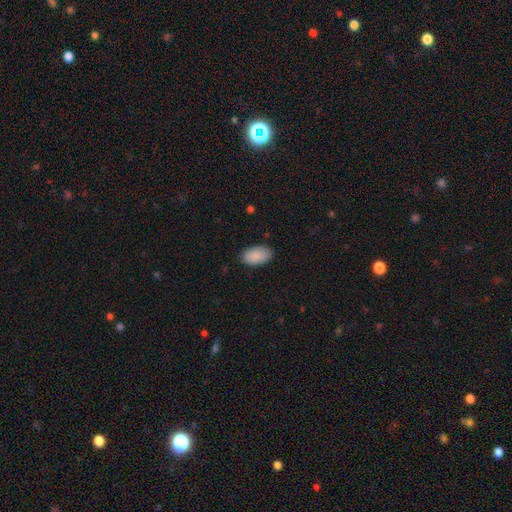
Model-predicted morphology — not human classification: Smooth or featured: smooth — 89% (star or artifact — 6%)
How rounded: in between — 94% (round — 5%)
Merging: none — 84% (minor disturbance — 12%)